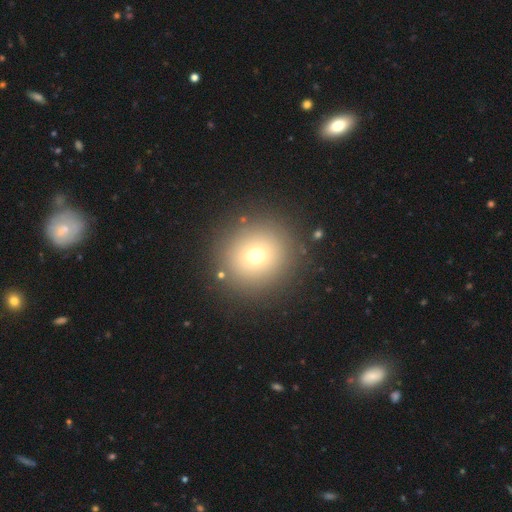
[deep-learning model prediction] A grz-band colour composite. It shows a smooth galaxy with no disk features (70%) that is round (93%). Merging: none (88%).